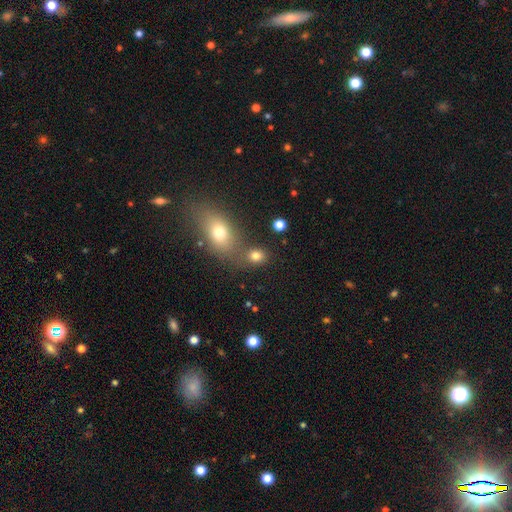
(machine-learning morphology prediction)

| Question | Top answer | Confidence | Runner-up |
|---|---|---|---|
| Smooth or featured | smooth | 77% | star or artifact (15%) |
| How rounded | round | 52% | in between (46%) |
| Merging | none | 60% | merger (26%) |